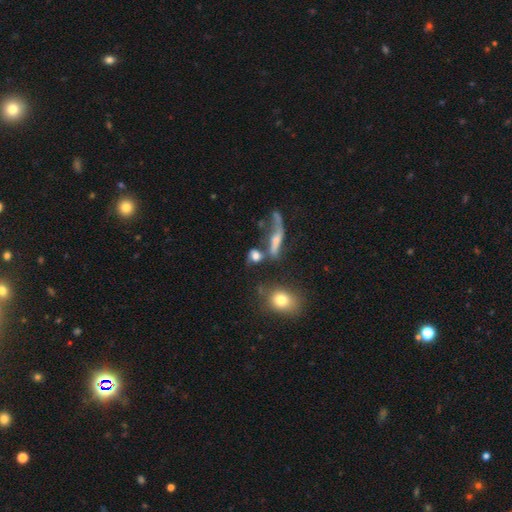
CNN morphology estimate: Smooth or featured? Predicted: smooth (p=0.59). How rounded? Predicted: round (p=0.44). Merging? Predicted: none (p=0.36).